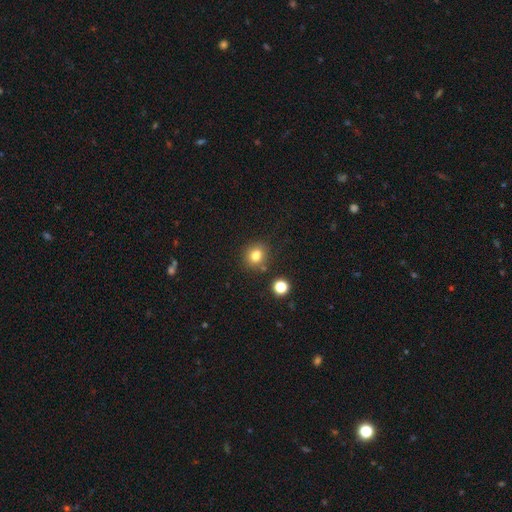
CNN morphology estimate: smooth 81%, star or artifact 13%, featured or disk 7%. Down the decision tree: how rounded — round (76%); merging — none (80%).